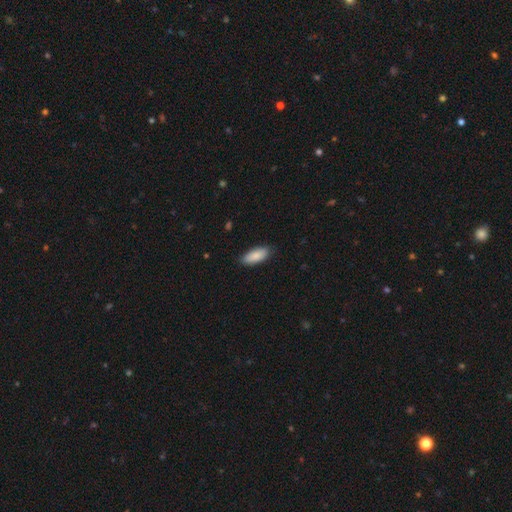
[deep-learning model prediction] smooth-or-featured: smooth: 87% | featured or disk: 7% | star or artifact: 6%
  how-rounded: in between: 83% | cigar-shaped: 15% | round: 2%
  merging: none: 84% | minor disturbance: 13% | major disturbance: 2% | merger: 1%